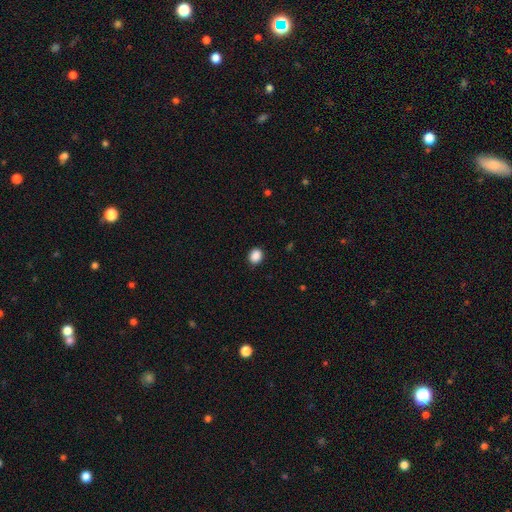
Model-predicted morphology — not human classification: smooth 88%, star or artifact 9%, featured or disk 3%. Down the decision tree: how rounded — round (63%); merging — none (90%).